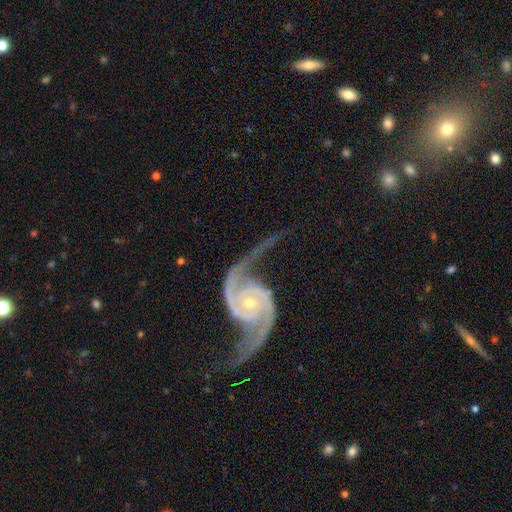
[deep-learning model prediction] The model was most divided on "spiral winding": medium: 51%, loose: 34%, tight: 15%. More confident: spiral arms — yes (98%); edge-on disk — no (98%); smooth or featured — featured or disk (93%); spiral arm count — 2 (93%); bulge size — small (73%); merging — none (68%); bar — no (65%).